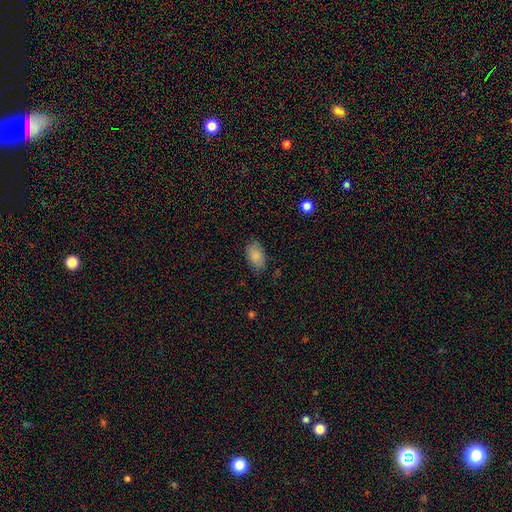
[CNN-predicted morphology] This appears to be a smooth galaxy with no disk features (86%) that is in between round and cigar-shaped (92%). Merging: none (77%).